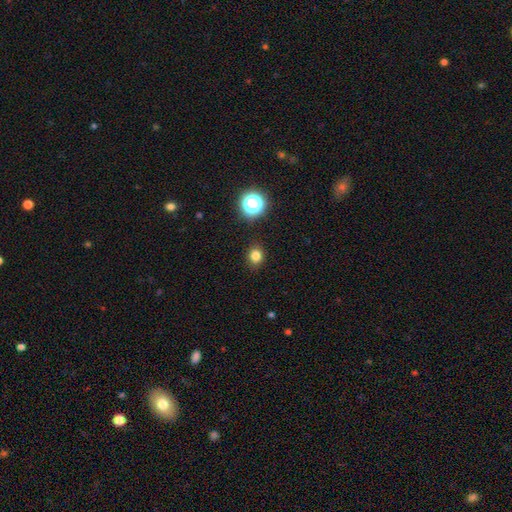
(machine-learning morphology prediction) This appears to be a smooth galaxy with no disk features (80%) that is round (77%). Merging: none (88%).